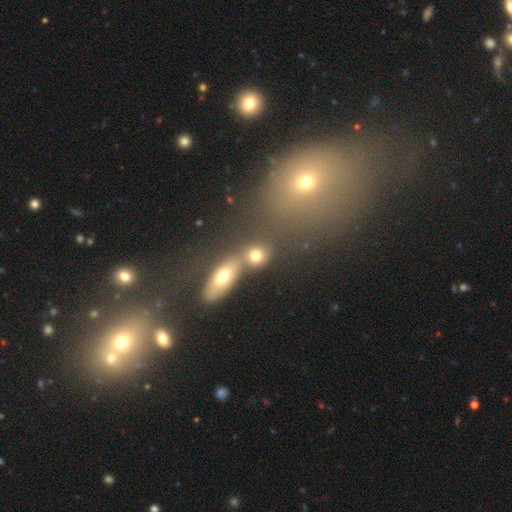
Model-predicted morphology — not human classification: This is likely a smooth galaxy (74%). How rounded: likely round (69%). Merging: possibly none (50%).